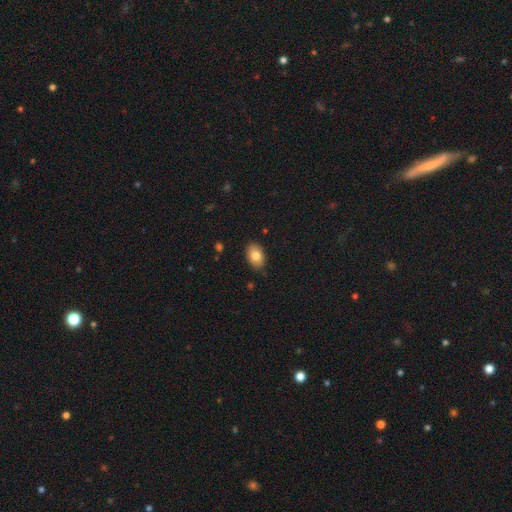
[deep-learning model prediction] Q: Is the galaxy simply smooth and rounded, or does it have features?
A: smooth — 80%.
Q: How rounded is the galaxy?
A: in between — 89%.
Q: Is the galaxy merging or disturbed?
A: none — 86%.